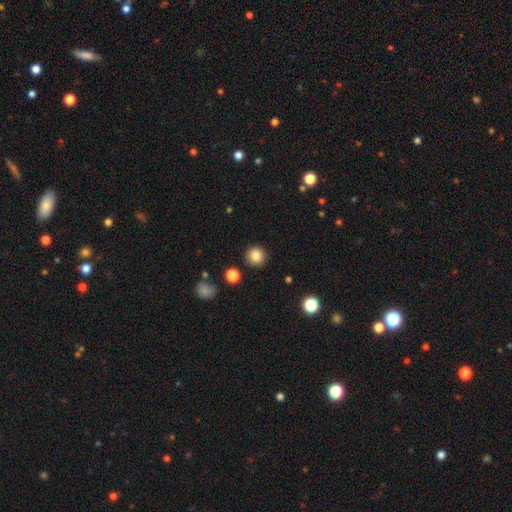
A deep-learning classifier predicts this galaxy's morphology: This appears to be a smooth galaxy with no disk features (84%) that is round (92%). Merging: none (90%).